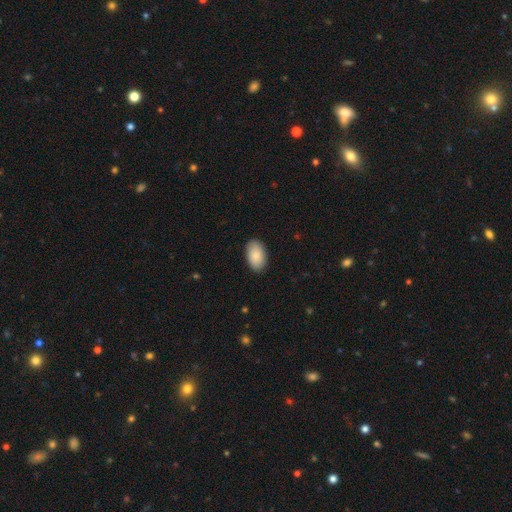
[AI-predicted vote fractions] Q: Smooth or featured?
A: smooth (88%); runner-up: featured or disk (6%)
Q: How rounded?
A: in between (94%); runner-up: round (4%)
Q: Merging?
A: none (88%); runner-up: minor disturbance (9%)